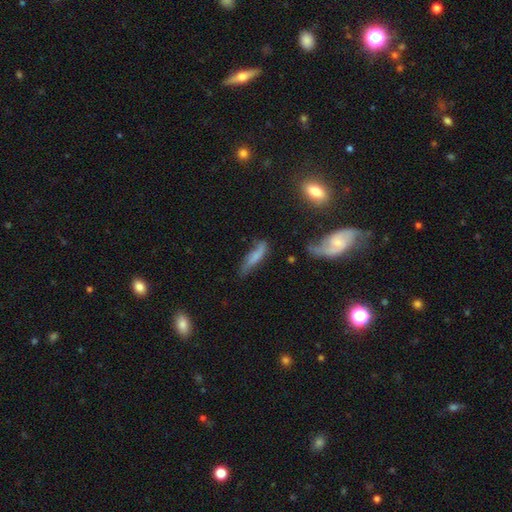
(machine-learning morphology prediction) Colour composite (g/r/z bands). It shows a smooth galaxy with no disk features (60%) that is cigar-shaped (73%). Merging: none (50%).